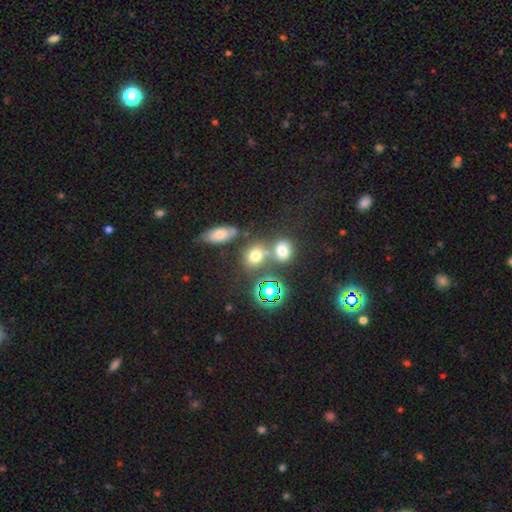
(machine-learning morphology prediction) smooth-or-featured: smooth: 64% | star or artifact: 24% | featured or disk: 12%
  how-rounded: round: 55% | in between: 43% | cigar-shaped: 2%
  merging: none: 53% | merger: 31% | minor disturbance: 11% | major disturbance: 5%